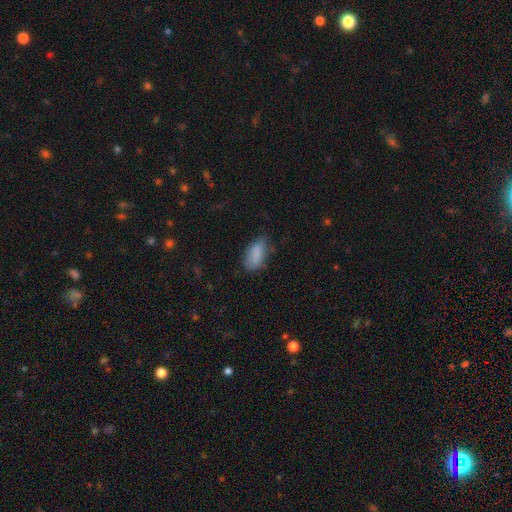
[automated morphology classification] Q: Smooth or featured?
A: smooth (84%); runner-up: featured or disk (8%)
Q: How rounded?
A: in between (90%); runner-up: cigar-shaped (6%)
Q: Merging?
A: none (59%); runner-up: minor disturbance (31%)